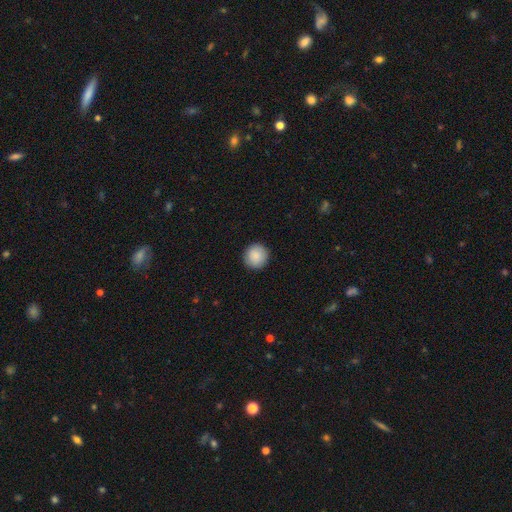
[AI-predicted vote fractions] This appears to be a smooth galaxy with no disk features (89%) that is round (94%). Merging: none (92%).